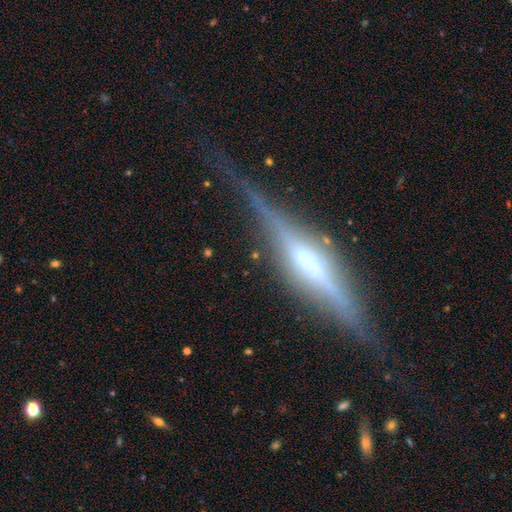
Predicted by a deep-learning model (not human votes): Overall: featured or disk (78%). Edge-on disk: yes (93%). Edge-on bulge: rounded (55%; boxy 30%). Merging: none (70%).